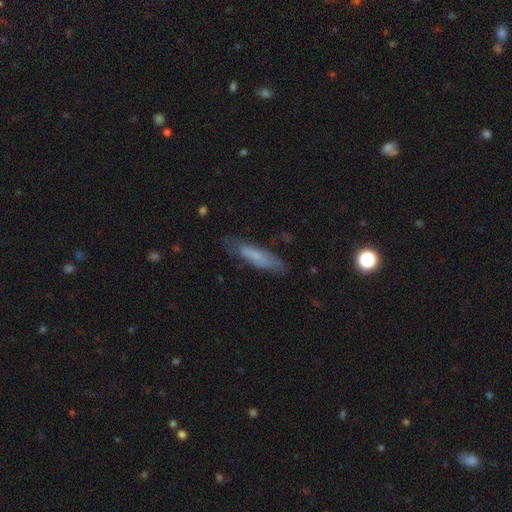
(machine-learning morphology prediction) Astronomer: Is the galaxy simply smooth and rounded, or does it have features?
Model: smooth — 60%.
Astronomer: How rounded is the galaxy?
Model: cigar-shaped — 70%.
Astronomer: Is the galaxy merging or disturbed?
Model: none — 76%.